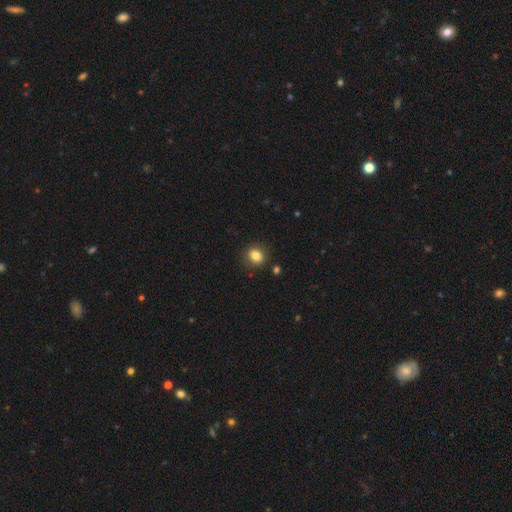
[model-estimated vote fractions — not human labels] Smooth or featured? smooth (83%)
How rounded? round (63%)
Merging? none (86%)